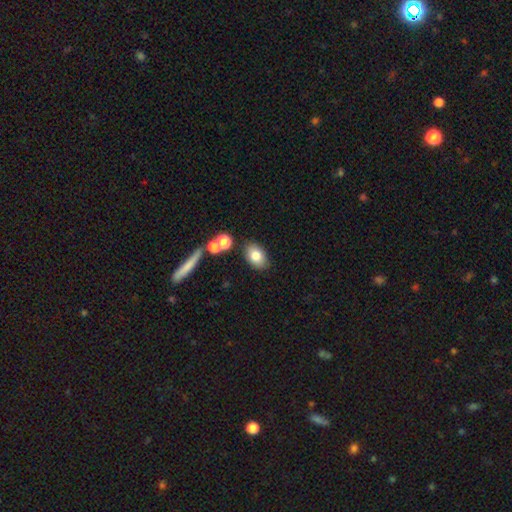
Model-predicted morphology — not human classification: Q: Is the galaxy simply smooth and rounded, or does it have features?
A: smooth — 79%.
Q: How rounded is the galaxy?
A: in between — 83%.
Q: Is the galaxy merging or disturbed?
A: none — 81%.